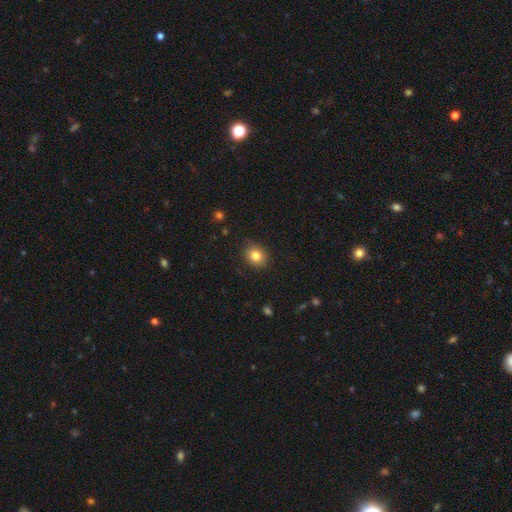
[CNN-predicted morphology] A smooth galaxy with no disk features (84%) that is round (66%).

Vote fractions:
- Smooth or featured? smooth: 84% / star or artifact: 10% / featured or disk: 6%
- How rounded? round: 66% / in between: 33% / cigar-shaped: 1%
- Merging? none: 86% / minor disturbance: 10% / major disturbance: 2% / merger: 1%